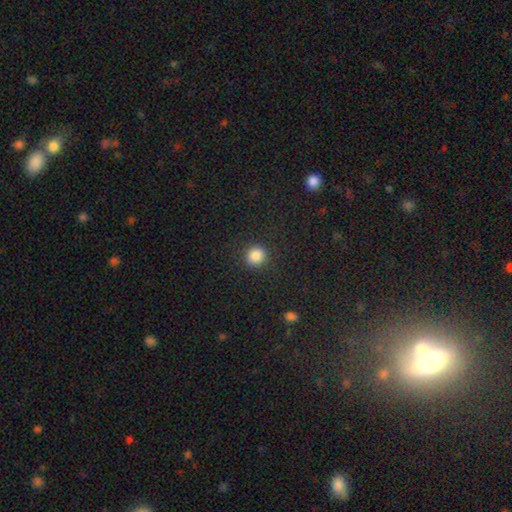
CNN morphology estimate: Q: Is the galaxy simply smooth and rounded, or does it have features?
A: smooth — 86%.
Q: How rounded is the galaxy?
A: round — 88%.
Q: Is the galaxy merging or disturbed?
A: none — 89%.